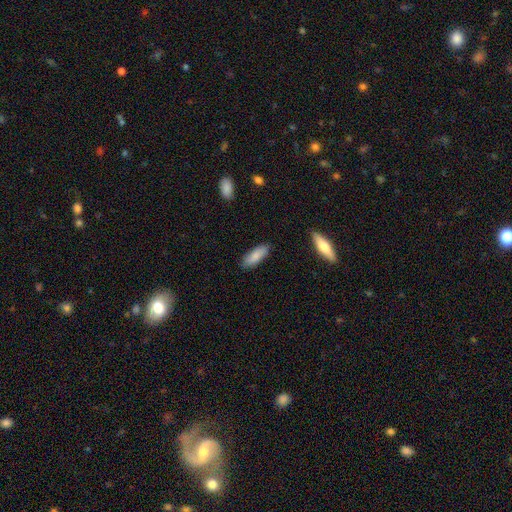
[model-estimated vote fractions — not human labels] smooth 85%, featured or disk 9%, star or artifact 6%. Down the decision tree: how rounded — in between (66%); merging — none (85%).